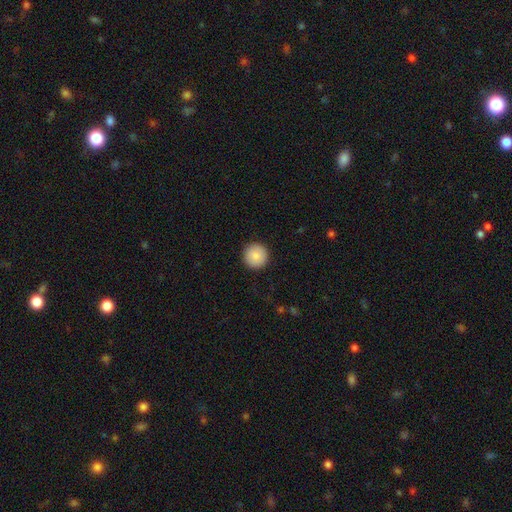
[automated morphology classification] Overall: smooth (88%). How rounded: round (96%). Merging: none (93%).